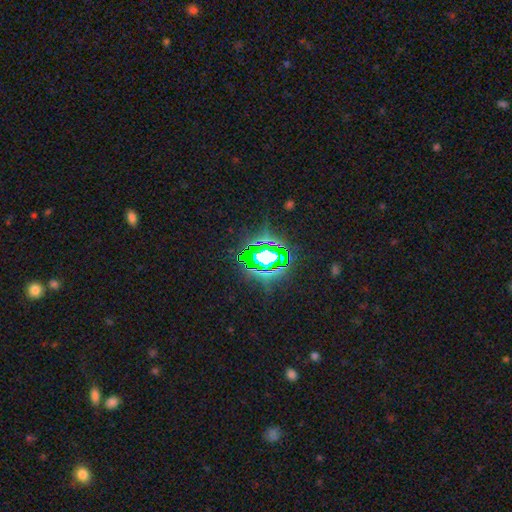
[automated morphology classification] Smooth or featured? star or artifact (80%)